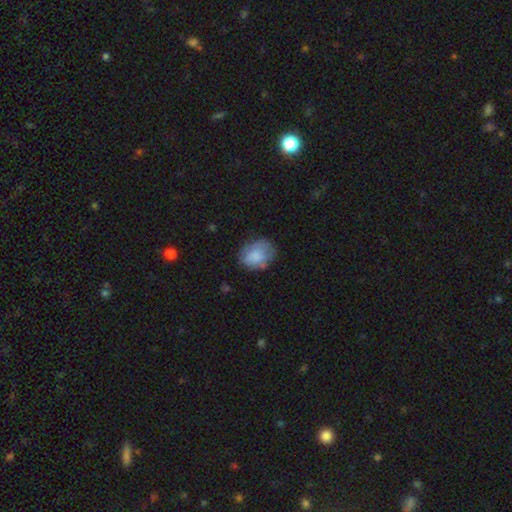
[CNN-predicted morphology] A smooth galaxy with no disk features (75%) that is in between round and cigar-shaped (59%).

Vote fractions:
- Smooth or featured? smooth: 75% / featured or disk: 17% / star or artifact: 8%
- How rounded? in between: 59% / round: 40% / cigar-shaped: 1%
- Merging? none: 61% / minor disturbance: 26% / major disturbance: 10% / merger: 3%